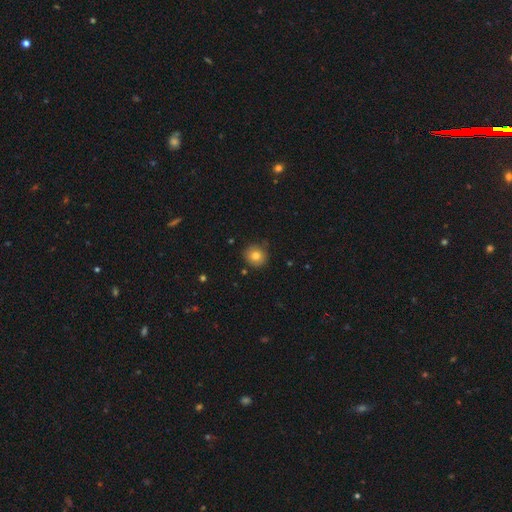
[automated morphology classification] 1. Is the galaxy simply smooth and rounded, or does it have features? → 80% smooth, 10% star or artifact, 10% featured or disk.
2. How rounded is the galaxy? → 90% round, 9% in between, 1% cigar-shaped.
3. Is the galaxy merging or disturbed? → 84% none, 12% minor disturbance, 2% major disturbance, 2% merger.